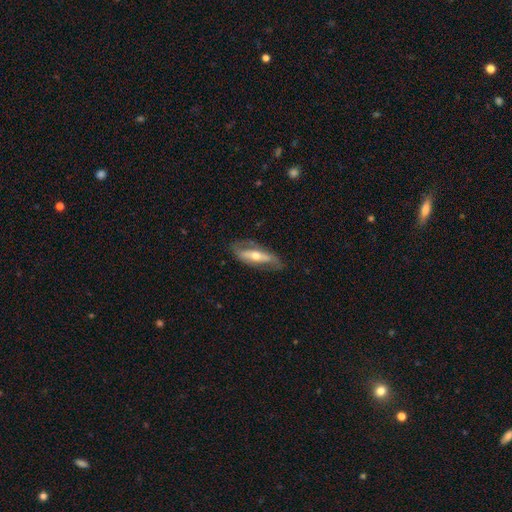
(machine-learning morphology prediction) Smooth or featured? featured or disk (63%)
Edge-on disk? no (64%)
Merging? none (69%)